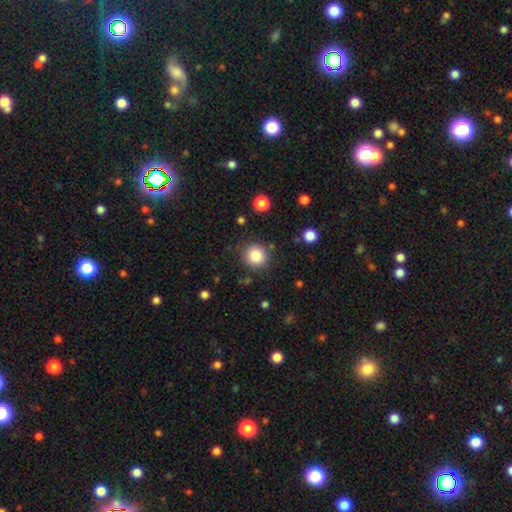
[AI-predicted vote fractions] This appears to be a smooth galaxy with no disk features (84%) that is round (92%). Merging: none (86%).